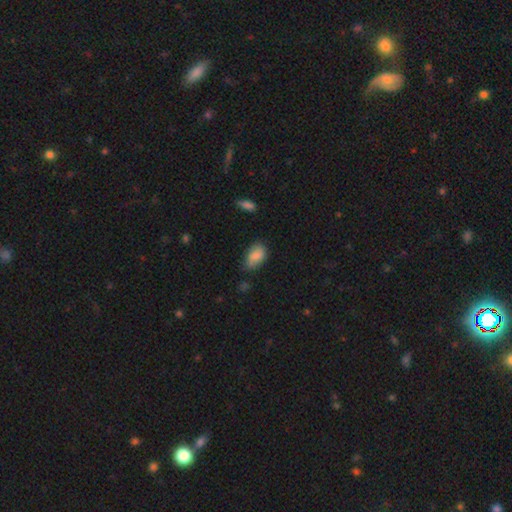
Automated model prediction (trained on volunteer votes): smooth-or-featured: smooth: 82% | featured or disk: 10% | star or artifact: 8%
  how-rounded: in between: 91% | round: 7% | cigar-shaped: 2%
  merging: none: 57% | minor disturbance: 34% | major disturbance: 7% | merger: 3%